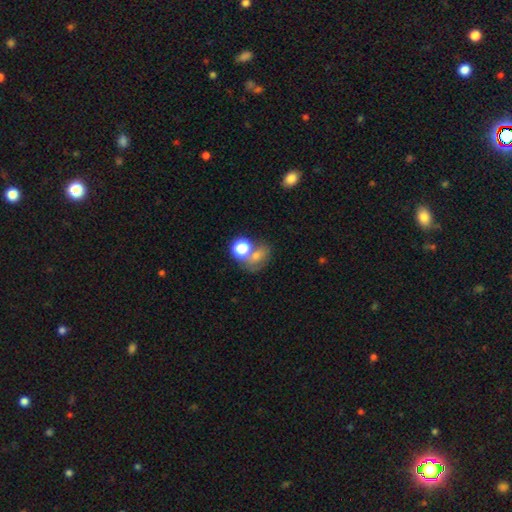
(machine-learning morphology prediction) Smooth or featured? Predicted: smooth (p=0.59). How rounded? Predicted: round (p=0.53). Merging? Predicted: none (p=0.42).